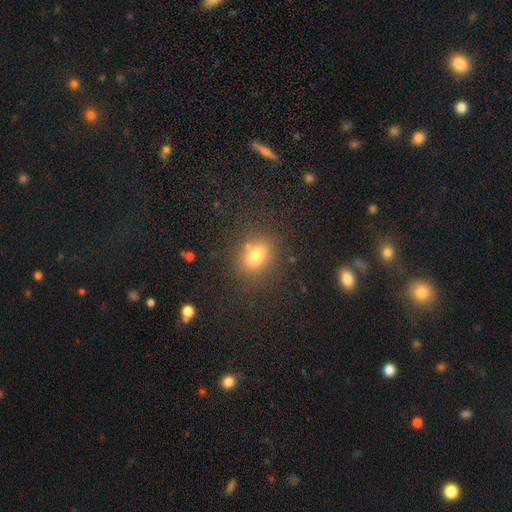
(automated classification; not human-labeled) This appears to be a smooth galaxy with no disk features (75%) that is in between round and cigar-shaped (57%). Merging: none (77%).